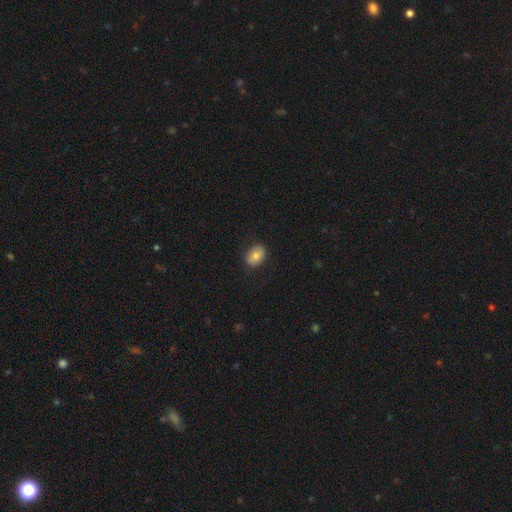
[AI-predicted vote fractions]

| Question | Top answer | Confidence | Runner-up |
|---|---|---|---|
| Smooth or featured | smooth | 80% | featured or disk (12%) |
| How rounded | in between | 74% | round (25%) |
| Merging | none | 85% | minor disturbance (12%) |